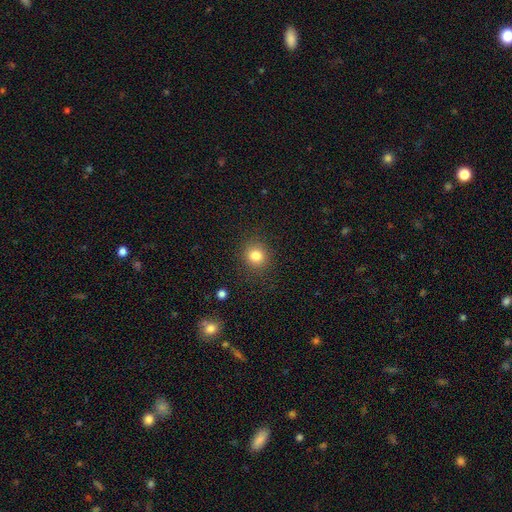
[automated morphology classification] The model was most divided on "smooth or featured": smooth: 81%, star or artifact: 12%, featured or disk: 7%. More confident: merging — none (89%); how rounded — round (86%).